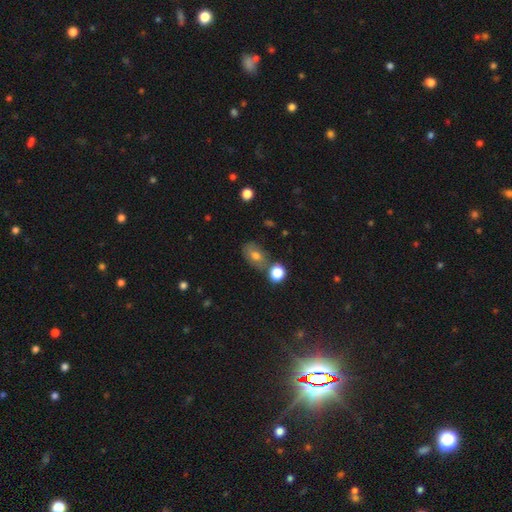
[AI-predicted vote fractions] A smooth galaxy with no disk features (71%) that is in between round and cigar-shaped (79%).

Vote fractions:
- Smooth or featured? smooth: 71% / featured or disk: 17% / star or artifact: 11%
- How rounded? in between: 79% / round: 19% / cigar-shaped: 2%
- Merging? none: 59% / minor disturbance: 18% / merger: 17% / major disturbance: 6%